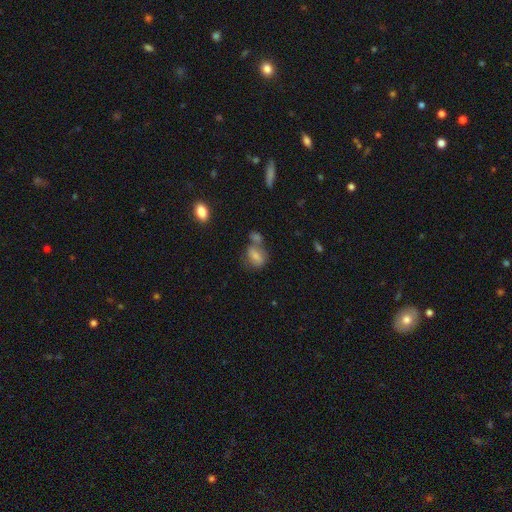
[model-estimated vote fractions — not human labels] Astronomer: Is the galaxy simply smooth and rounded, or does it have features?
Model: smooth — 74%.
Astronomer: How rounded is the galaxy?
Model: in between — 68%.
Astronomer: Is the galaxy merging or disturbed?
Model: none — 40% (runner-up: merger, 38%).